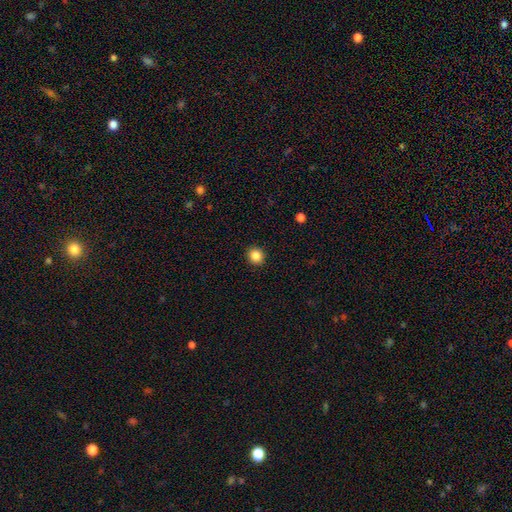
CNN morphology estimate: smooth_or_featured: smooth (p=0.86) [alt: star or artifact p=0.10]
how_rounded: round (p=0.91) [alt: in between p=0.08]
merging: none (p=0.92) [alt: minor disturbance p=0.05]